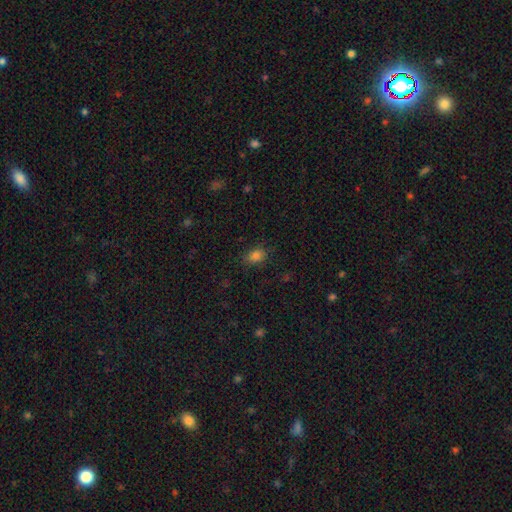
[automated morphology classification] Smooth or featured? smooth (81%)
How rounded? in between (72%)
Merging? none (80%)